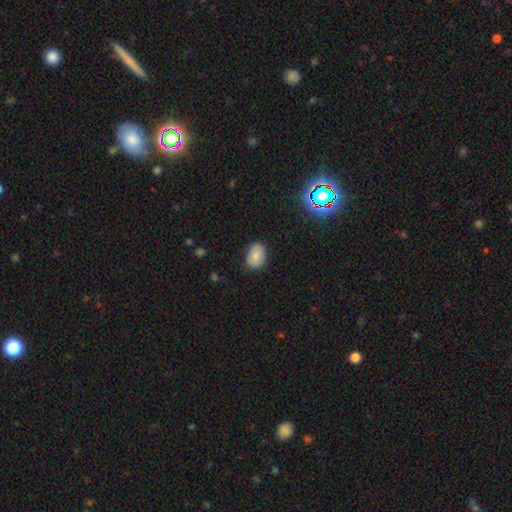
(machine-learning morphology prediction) The model was most divided on "how rounded": in between: 80%, round: 19%, cigar-shaped: 1%. More confident: merging — none (80%); smooth or featured — smooth (78%).